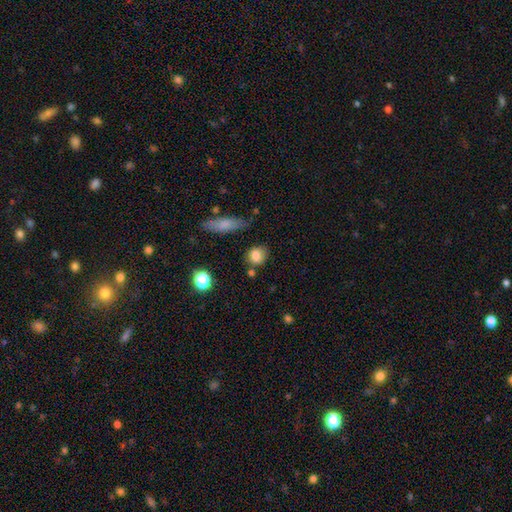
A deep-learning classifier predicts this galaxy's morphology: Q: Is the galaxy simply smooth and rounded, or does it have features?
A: smooth — 81%.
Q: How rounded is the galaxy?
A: round — 70%.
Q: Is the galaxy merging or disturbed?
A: none — 71%.